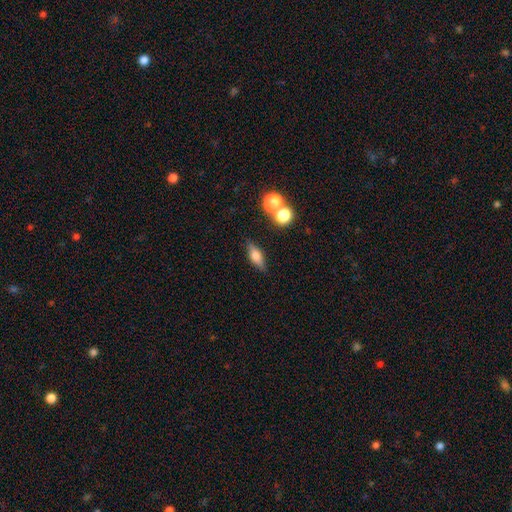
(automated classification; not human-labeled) Morphology: type=smooth (59%); roundness=in between (57%); merging=none (81%).